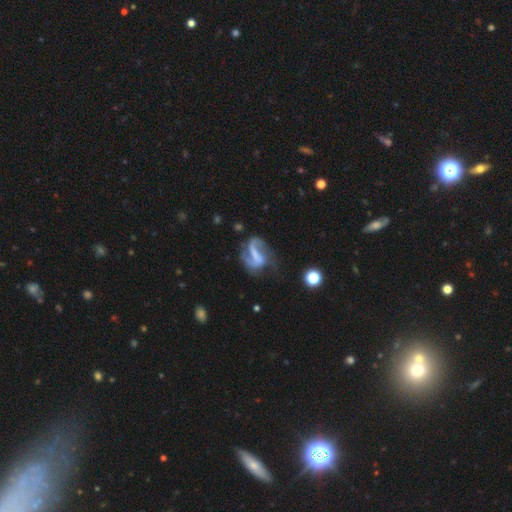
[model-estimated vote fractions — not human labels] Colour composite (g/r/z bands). It shows a featured or disk galaxy (81%) with a strong bar (50%), 2 (80%) loose (49%) spiral arms (90%) and no central bulge (55%). Merging: none (48%).